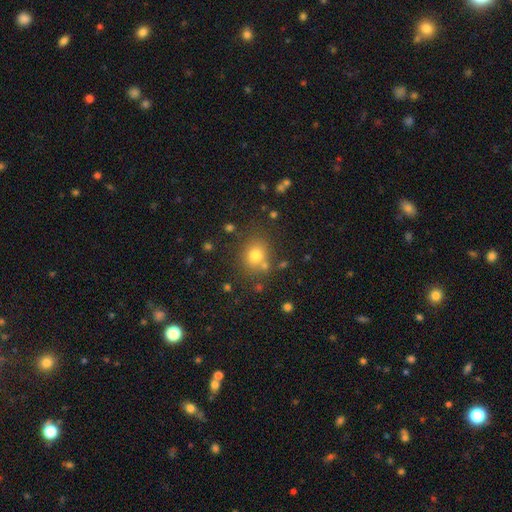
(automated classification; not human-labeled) smooth 76%, star or artifact 16%, featured or disk 9%. Down the decision tree: how rounded — round (74%); merging — none (75%).